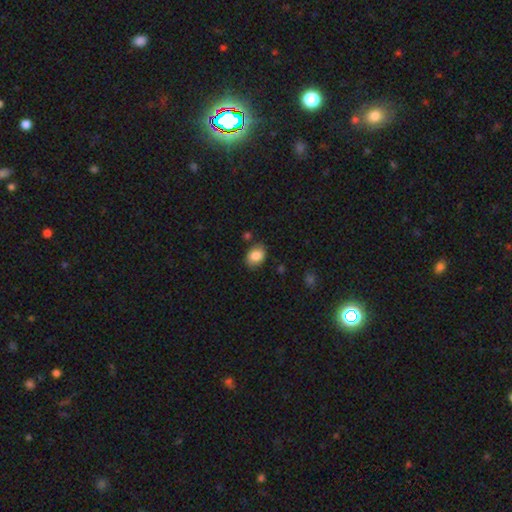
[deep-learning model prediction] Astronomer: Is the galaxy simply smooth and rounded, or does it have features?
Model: smooth — 86%.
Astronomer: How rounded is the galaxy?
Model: in between — 71%.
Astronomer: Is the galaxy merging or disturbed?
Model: none — 80%.